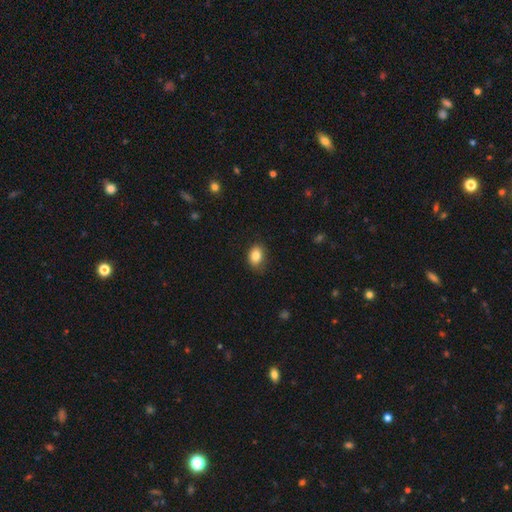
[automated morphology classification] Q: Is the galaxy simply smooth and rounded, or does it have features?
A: smooth — 85%.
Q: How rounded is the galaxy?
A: in between — 76%.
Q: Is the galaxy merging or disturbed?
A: none — 79%.